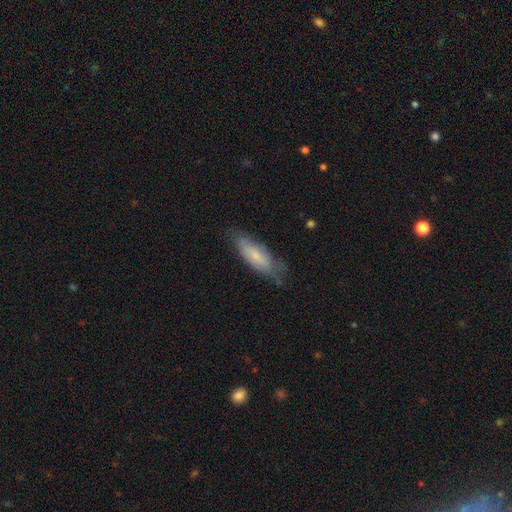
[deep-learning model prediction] A smooth galaxy with no disk features (62%) that is in between round and cigar-shaped (63%). Merging: none (64%).